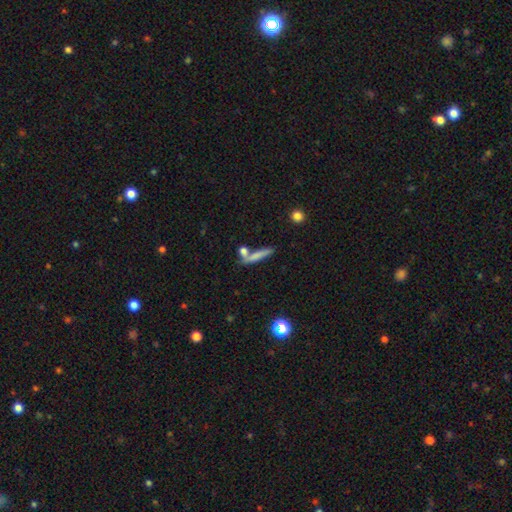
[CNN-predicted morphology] Q: Smooth or featured?
A: smooth (68%); runner-up: featured or disk (23%)
Q: How rounded?
A: cigar-shaped (85%); runner-up: in between (12%)
Q: Merging?
A: none (56%); runner-up: merger (25%)